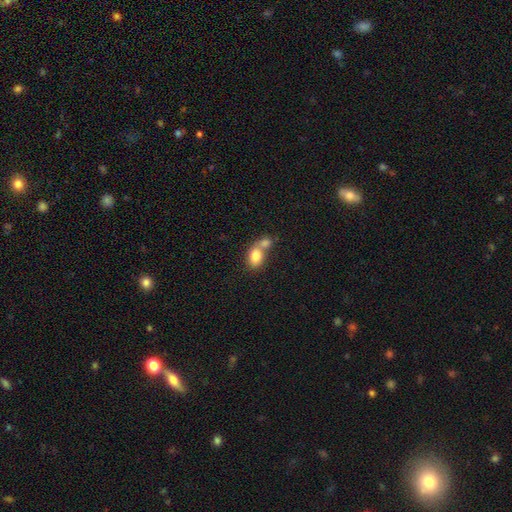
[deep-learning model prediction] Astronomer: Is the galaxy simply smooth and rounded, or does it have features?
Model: smooth — 81%.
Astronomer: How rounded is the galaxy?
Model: in between — 73%.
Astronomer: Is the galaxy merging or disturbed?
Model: merger — 60%.